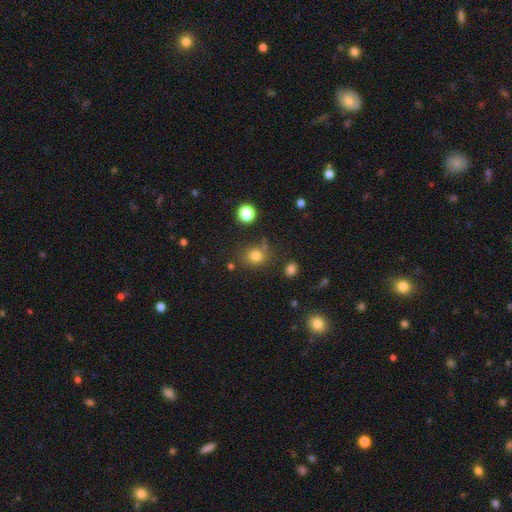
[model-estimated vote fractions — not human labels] Smooth or featured: smooth — 77% (star or artifact — 16%)
How rounded: round — 74% (in between — 25%)
Merging: none — 74% (minor disturbance — 13%)